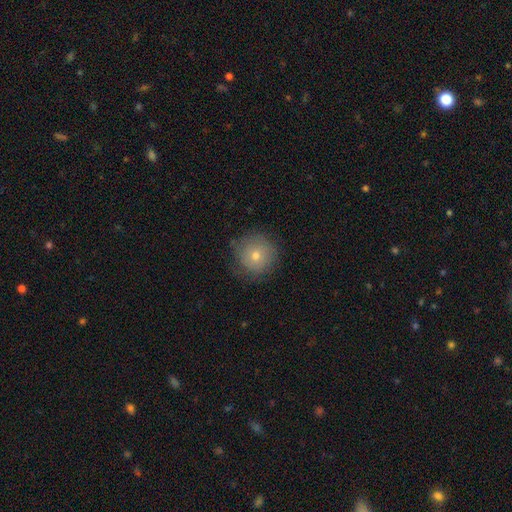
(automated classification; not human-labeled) Smooth or featured: smooth — 66% (featured or disk — 21%)
How rounded: round — 95% (in between — 4%)
Merging: none — 81% (minor disturbance — 14%)